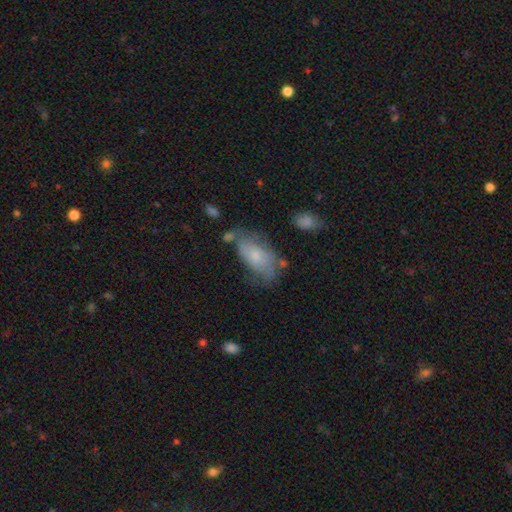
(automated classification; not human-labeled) Q: Smooth or featured?
A: smooth (63%); runner-up: featured or disk (30%)
Q: How rounded?
A: in between (91%); runner-up: cigar-shaped (5%)
Q: Merging?
A: none (48%); runner-up: minor disturbance (30%)